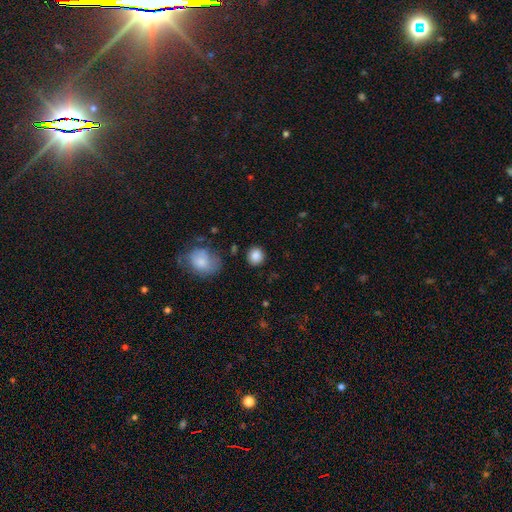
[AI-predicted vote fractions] Smooth or featured?
  - smooth: 87% *
  - star or artifact: 9%
  - featured or disk: 5%
How rounded?
  - round: 84% *
  - in between: 15%
  - cigar-shaped: 1%
Merging?
  - none: 85% *
  - minor disturbance: 10%
  - major disturbance: 3%
  - merger: 2%